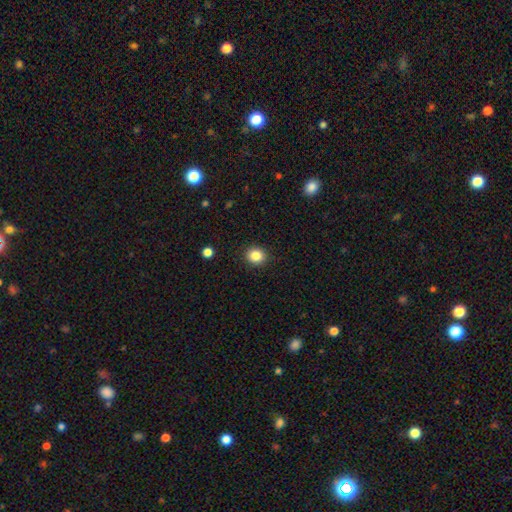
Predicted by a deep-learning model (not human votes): Smooth or featured? smooth (85%)
How rounded? round (81%)
Merging? none (91%)